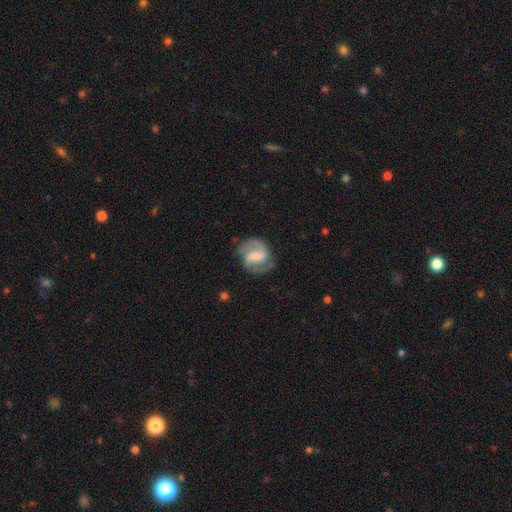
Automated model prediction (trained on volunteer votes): Smooth or featured?
  - featured or disk: 82% *
  - smooth: 13%
  - star or artifact: 5%
Edge-on disk?
  - no: 98% *
  - yes: 2%
Bar?
  - weak: 47% *
  - strong: 39%
  - no: 14%
Spiral arms?
  - yes: 95% *
  - no: 5%
Spiral winding?
  - medium: 55% *
  - tight: 24%
  - loose: 21%
Spiral arm count?
  - 2: 90% *
  - can't tell: 4%
  - 1: 2%
  - 3: 2%
  - 4: 1%
  - more than 4: 1%
Bulge size?
  - small: 43% *
  - moderate: 40%
  - none: 9%
  - large: 6%
  - dominant: 1%
Merging?
  - none: 76% *
  - minor disturbance: 16%
  - major disturbance: 7%
  - merger: 1%